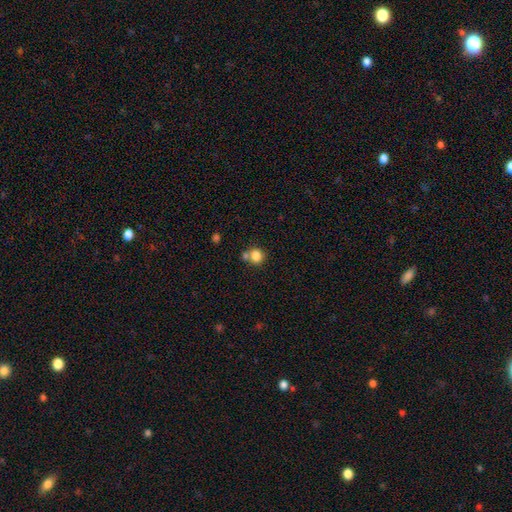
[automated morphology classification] The model was most divided on "merging": none: 57%, merger: 30%, minor disturbance: 10%, major disturbance: 4%. More confident: how rounded — round (84%); smooth or featured — smooth (83%).